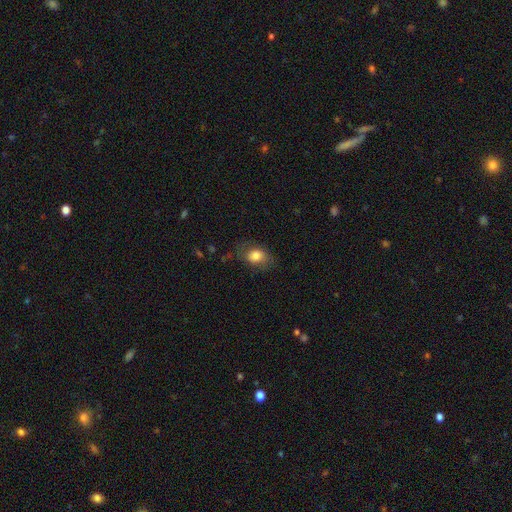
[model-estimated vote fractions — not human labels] The model was most divided on "how rounded": in between: 66%, round: 33%, cigar-shaped: 1%. More confident: smooth or featured — smooth (78%); merging — none (65%).